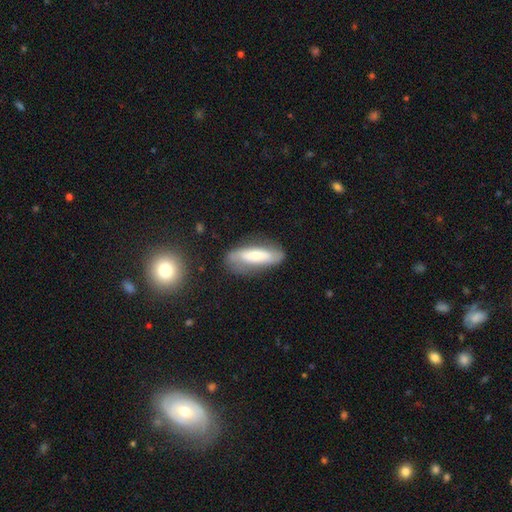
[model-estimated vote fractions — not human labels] This is possibly a smooth galaxy (59%). How rounded: possibly in between (51%). Merging: likely none (70%).